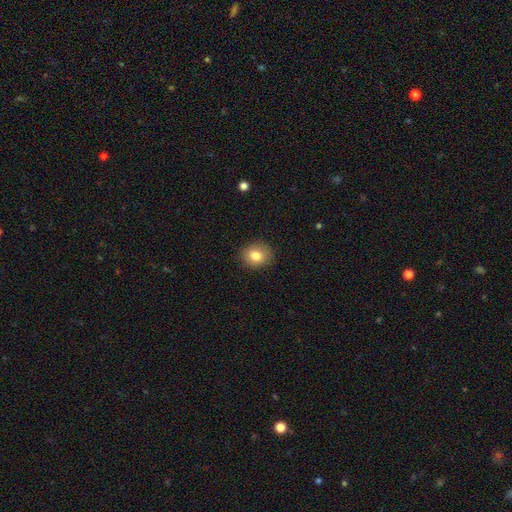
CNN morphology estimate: smooth 82%, star or artifact 10%, featured or disk 9%. Down the decision tree: how rounded — round (69%); merging — none (88%).